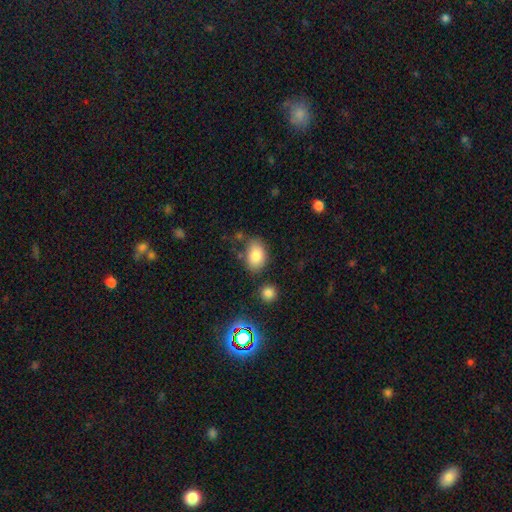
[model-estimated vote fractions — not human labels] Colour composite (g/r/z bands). It shows a smooth galaxy with no disk features (82%) that is in between round and cigar-shaped (84%). Merging: none (71%).